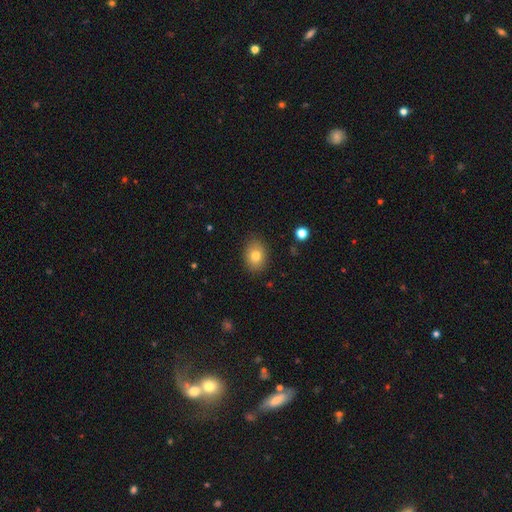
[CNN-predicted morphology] The model was most divided on "how rounded": in between: 63%, round: 36%, cigar-shaped: 1%. More confident: merging — none (86%); smooth or featured — smooth (78%).